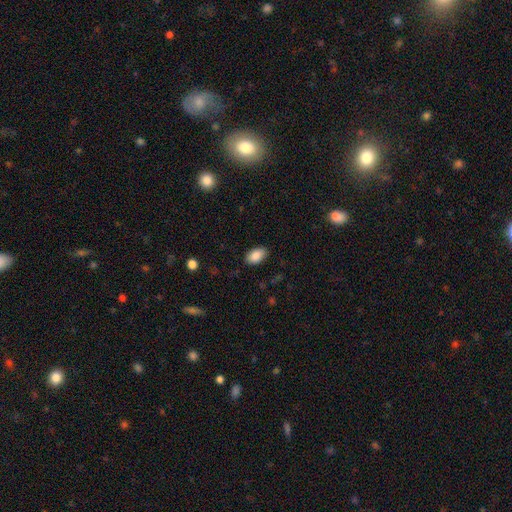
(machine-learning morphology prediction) smooth-or-featured: smooth: 88% | star or artifact: 7% | featured or disk: 5%
  how-rounded: in between: 91% | round: 8% | cigar-shaped: 1%
  merging: none: 85% | minor disturbance: 11% | major disturbance: 3% | merger: 1%